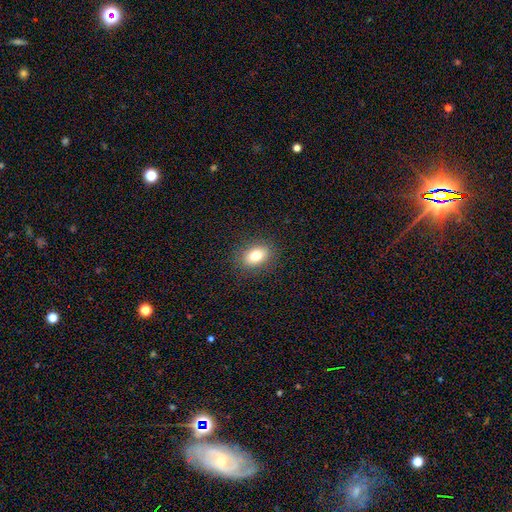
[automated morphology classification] Smooth or featured? smooth (78%)
How rounded? in between (73%)
Merging? none (88%)